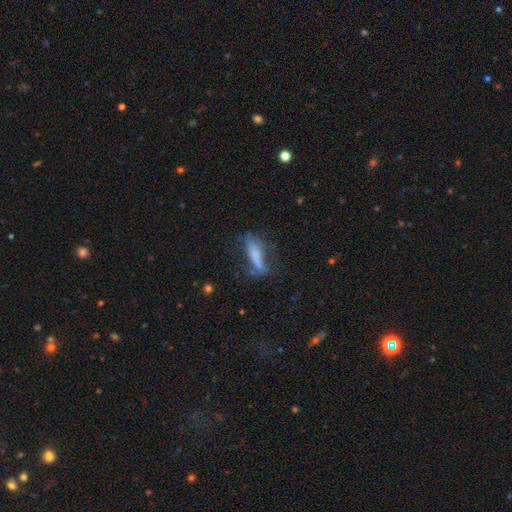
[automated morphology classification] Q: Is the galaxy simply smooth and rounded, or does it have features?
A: smooth — 58%.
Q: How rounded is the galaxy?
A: cigar-shaped — 62%.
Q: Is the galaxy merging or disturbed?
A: none — 45%.